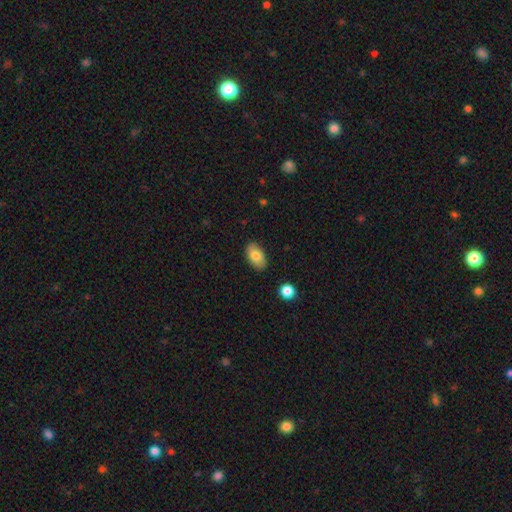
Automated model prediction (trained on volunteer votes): Smooth or featured? Predicted: smooth (p=0.81). How rounded? Predicted: in between (p=0.93). Merging? Predicted: none (p=0.86).